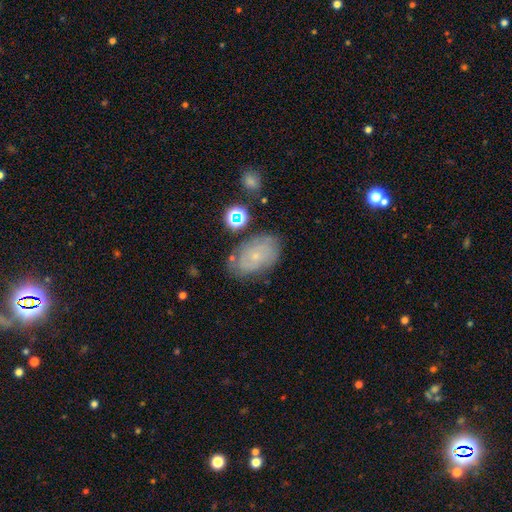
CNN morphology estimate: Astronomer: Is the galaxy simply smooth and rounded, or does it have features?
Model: featured or disk — 46% (runner-up: smooth, 43%).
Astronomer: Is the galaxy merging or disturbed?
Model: none — 69%.